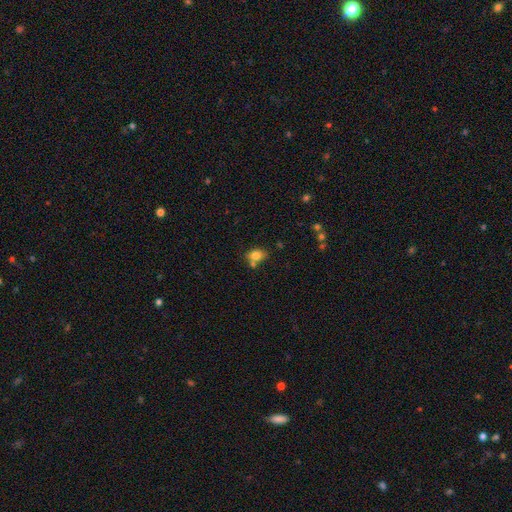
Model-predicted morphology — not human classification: A smooth galaxy with no disk features (80%) that is in between round and cigar-shaped (72%). Merging: none (60%).